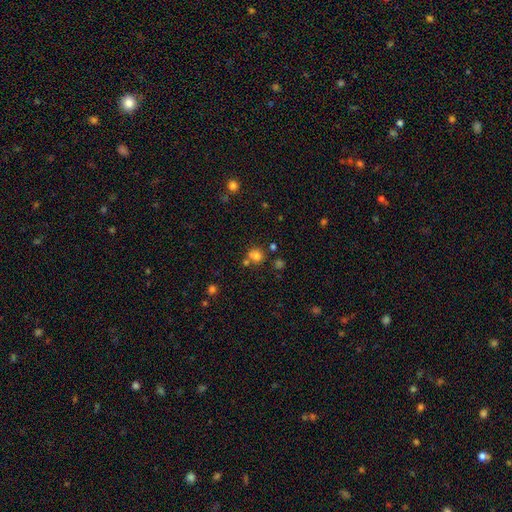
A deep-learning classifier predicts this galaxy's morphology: This is likely a smooth galaxy (76%). How rounded: clearly round (83%). Merging: likely none (64%).